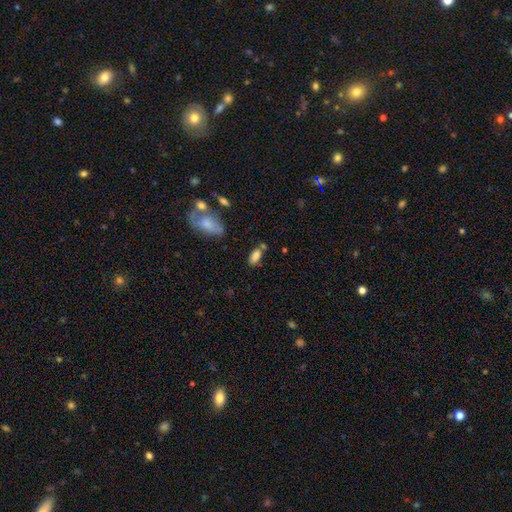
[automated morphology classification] Smooth or featured?
  - smooth: 83% *
  - star or artifact: 9%
  - featured or disk: 7%
How rounded?
  - in between: 90% *
  - cigar-shaped: 6%
  - round: 4%
Merging?
  - none: 61% *
  - minor disturbance: 18%
  - merger: 16%
  - major disturbance: 5%